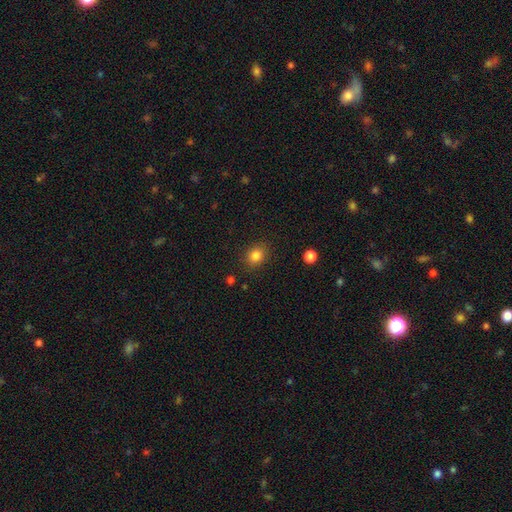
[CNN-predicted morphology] smooth 83%, star or artifact 11%, featured or disk 6%. Down the decision tree: how rounded — round (54%); merging — none (85%).